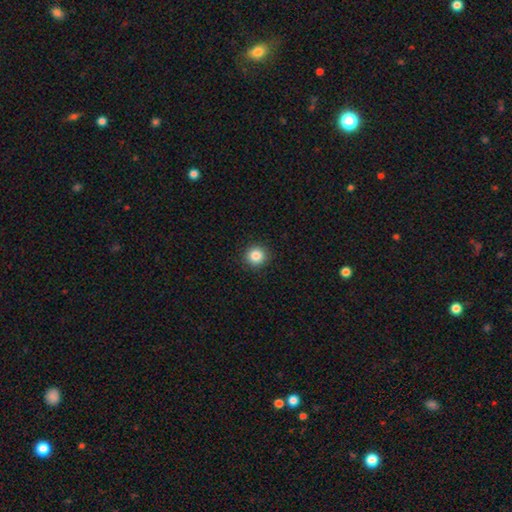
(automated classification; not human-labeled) smooth_or_featured: smooth (p=0.85) [alt: star or artifact p=0.11]
how_rounded: round (p=0.94) [alt: in between p=0.05]
merging: none (p=0.92) [alt: minor disturbance p=0.05]